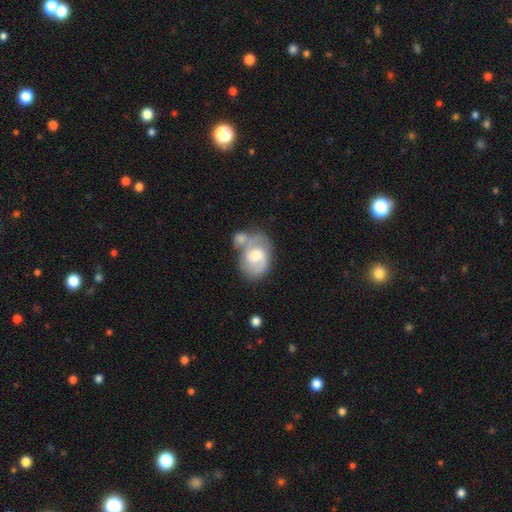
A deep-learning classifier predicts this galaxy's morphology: featured or disk 65%, smooth 29%, star or artifact 6%. Down the decision tree: edge-on disk — no (97%); bar — weak (49%); spiral arms — yes (83%); spiral arm count — 2 (73%); spiral winding — medium (49%); bulge size — moderate (62%); merging — merger (38%).